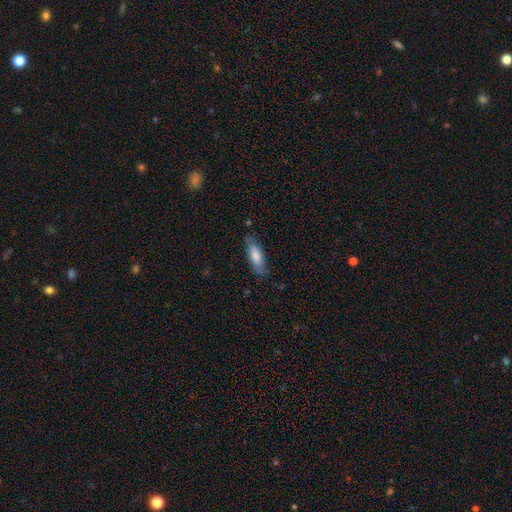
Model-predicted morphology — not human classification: Q: Smooth or featured?
A: smooth (72%); runner-up: featured or disk (22%)
Q: How rounded?
A: in between (62%); runner-up: cigar-shaped (36%)
Q: Merging?
A: none (75%); runner-up: minor disturbance (19%)